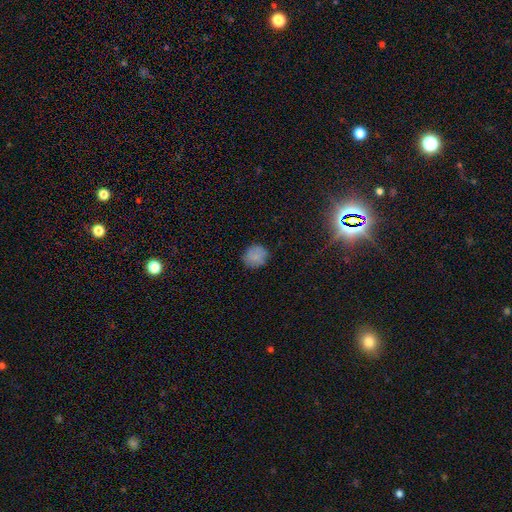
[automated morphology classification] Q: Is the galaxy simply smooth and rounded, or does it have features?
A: smooth — 82%.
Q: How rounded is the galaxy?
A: round — 83%.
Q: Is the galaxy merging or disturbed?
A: none — 83%.